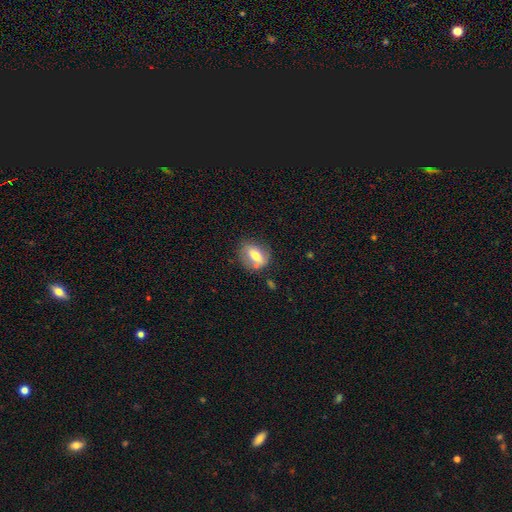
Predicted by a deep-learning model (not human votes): Smooth or featured? smooth (61%)
How rounded? in between (69%)
Merging? none (64%)